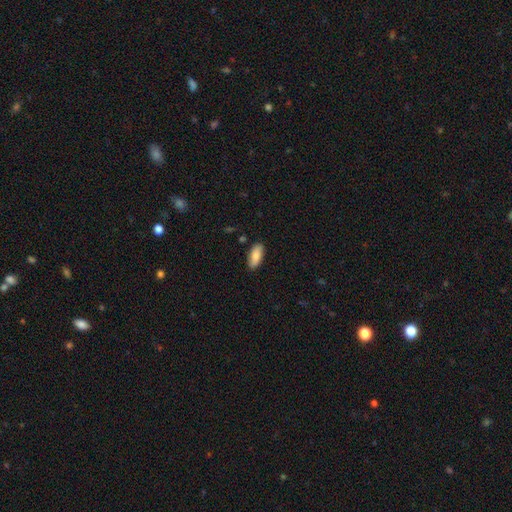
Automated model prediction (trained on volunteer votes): Overall: smooth (84%). How rounded: in between (85%). Merging: none (87%).